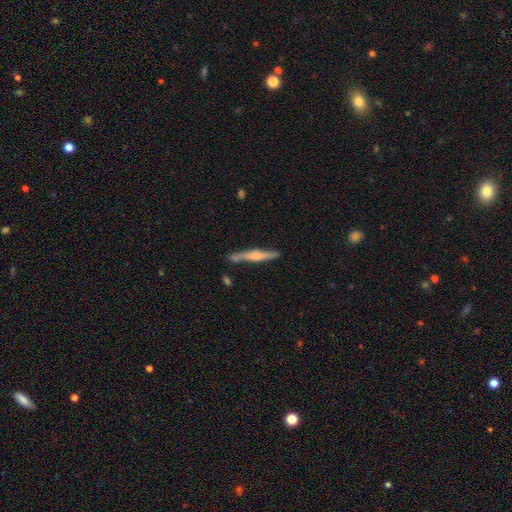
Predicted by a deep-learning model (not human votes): Morphology: type=featured or disk (60%); edge-on=yes (95%); edge-on bulge=rounded (70%); merging=none (80%).